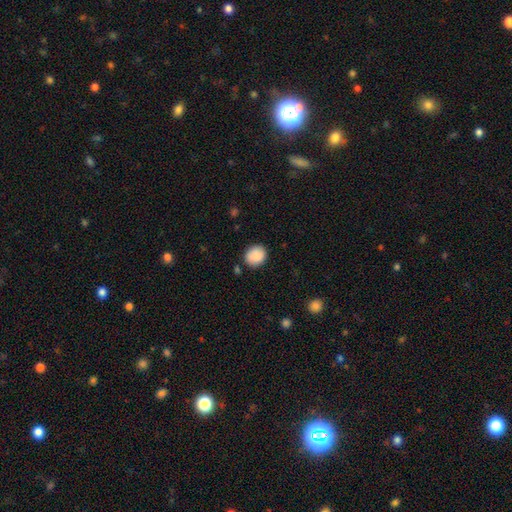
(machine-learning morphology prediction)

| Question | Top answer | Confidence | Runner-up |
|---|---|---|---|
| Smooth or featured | smooth | 88% | star or artifact (7%) |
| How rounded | round | 80% | in between (19%) |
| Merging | none | 85% | minor disturbance (11%) |